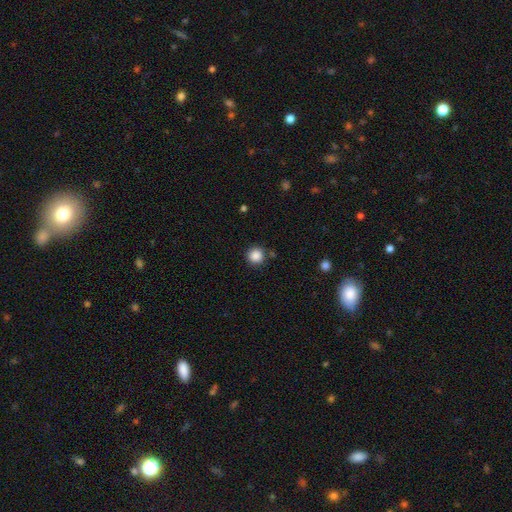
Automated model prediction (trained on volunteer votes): Morphology: type=smooth (87%); roundness=round (94%); merging=none (84%).